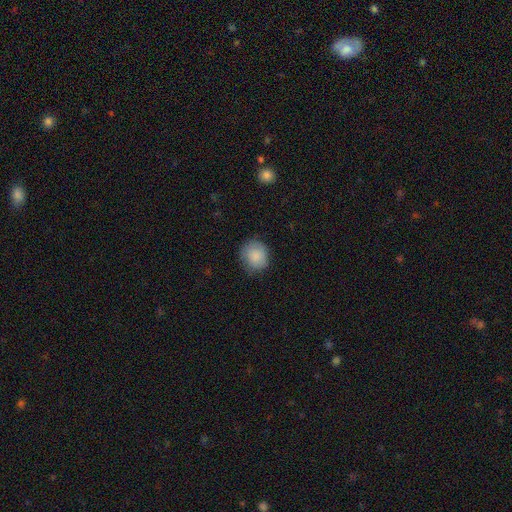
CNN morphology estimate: A smooth galaxy with no disk features (86%) that is round (83%).

Vote fractions:
- Smooth or featured? smooth: 86% / star or artifact: 7% / featured or disk: 7%
- How rounded? round: 83% / in between: 16% / cigar-shaped: 1%
- Merging? none: 78% / minor disturbance: 17% / major disturbance: 4% / merger: 1%